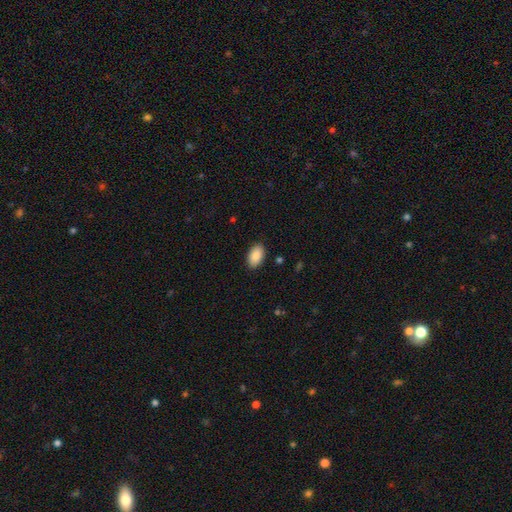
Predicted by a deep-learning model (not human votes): The model was most divided on "merging": none: 88%, minor disturbance: 8%, major disturbance: 2%, merger: 1%. More confident: how rounded — in between (95%); smooth or featured — smooth (90%).